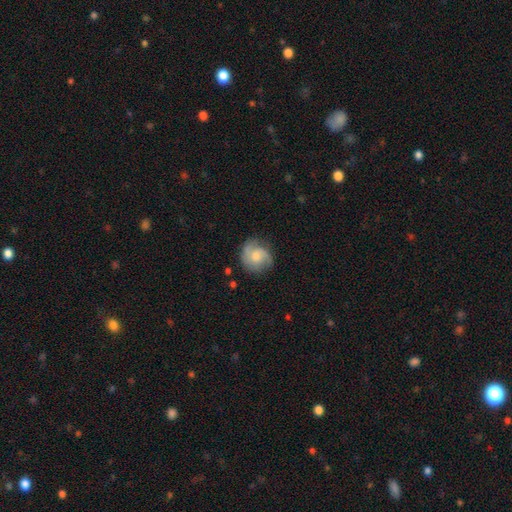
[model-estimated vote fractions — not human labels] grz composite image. It shows a featured or disk galaxy (60%) with no bar (67%), 2 (64%) medium (45%) spiral arms (92%) and a moderate central bulge (45%). Merging: none (72%).